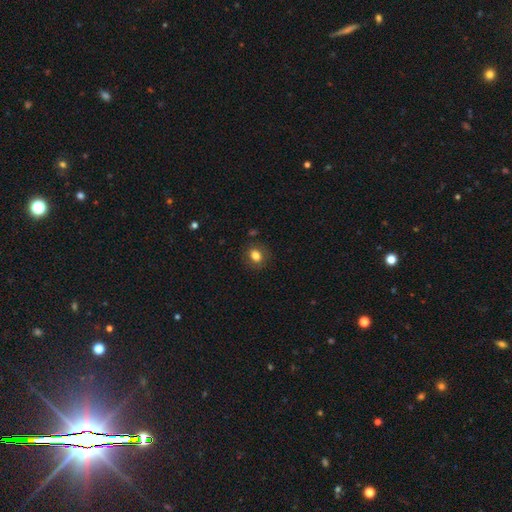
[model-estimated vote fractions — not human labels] smooth-or-featured: smooth: 80% | star or artifact: 10% | featured or disk: 10%
  how-rounded: round: 54% | in between: 45% | cigar-shaped: 1%
  merging: none: 85% | minor disturbance: 10% | major disturbance: 3% | merger: 2%